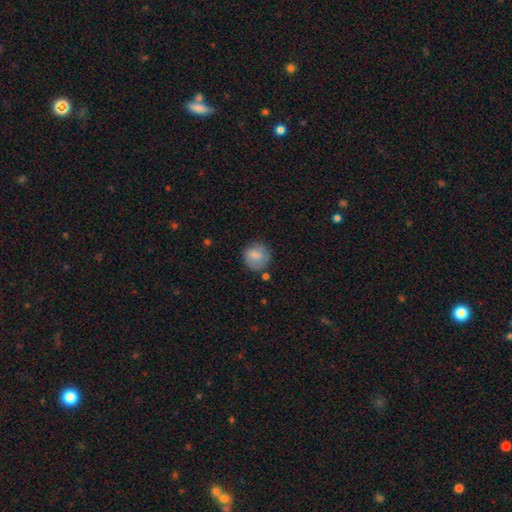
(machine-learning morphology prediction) type=smooth (79%); roundness=round (87%); merging=none (71%).